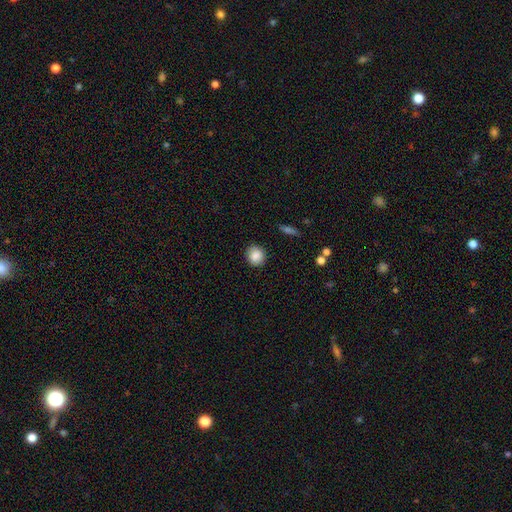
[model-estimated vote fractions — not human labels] smooth 87%, star or artifact 8%, featured or disk 5%. Down the decision tree: how rounded — round (83%); merging — none (88%).